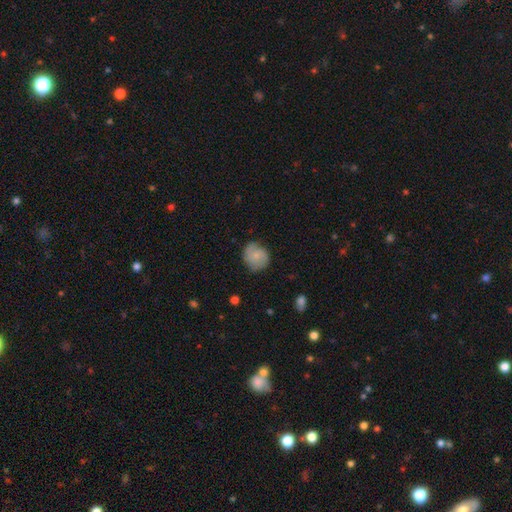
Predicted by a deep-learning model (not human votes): Smooth or featured: smooth — 52% (featured or disk — 41%)
How rounded: round — 81% (in between — 18%)
Merging: none — 72% (minor disturbance — 21%)